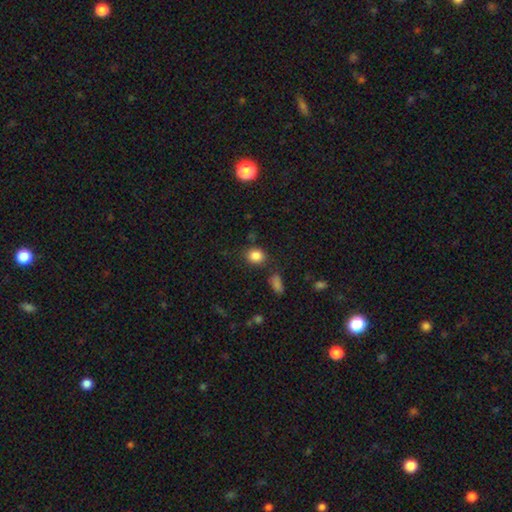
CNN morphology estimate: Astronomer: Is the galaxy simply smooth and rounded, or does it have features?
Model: smooth — 85%.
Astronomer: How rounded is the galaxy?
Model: round — 58% (runner-up: in between, 41%).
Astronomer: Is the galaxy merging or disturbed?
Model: none — 80%.